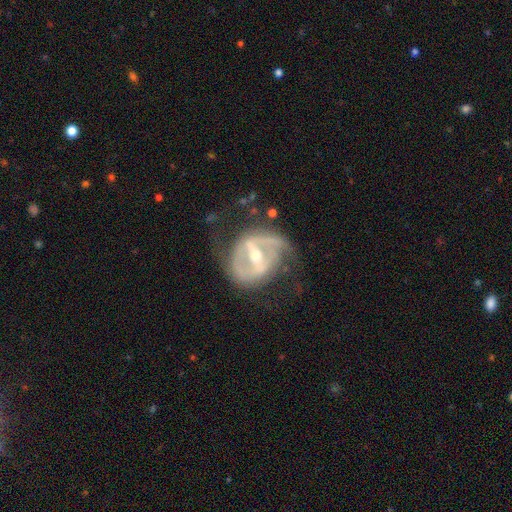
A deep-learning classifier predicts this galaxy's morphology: type=featured or disk (85%); edge-on=no (95%); bar=strong (65%); spiral arms=yes (75%); winding=medium (42%); arm count=2 (72%); bulge=moderate (65%); merging=none (55%).